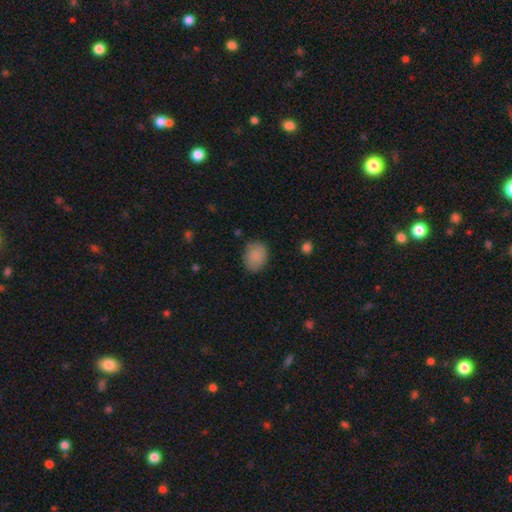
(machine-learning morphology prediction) This appears to be a smooth galaxy with no disk features (87%) that is in between round and cigar-shaped (58%). Merging: none (78%).